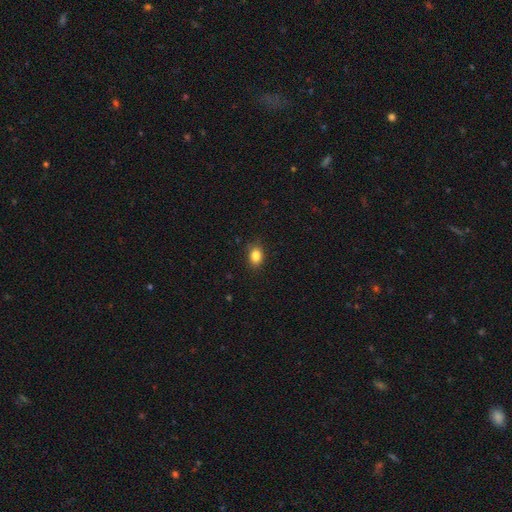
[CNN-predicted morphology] Smooth or featured? smooth (85%)
How rounded? in between (71%)
Merging? none (85%)